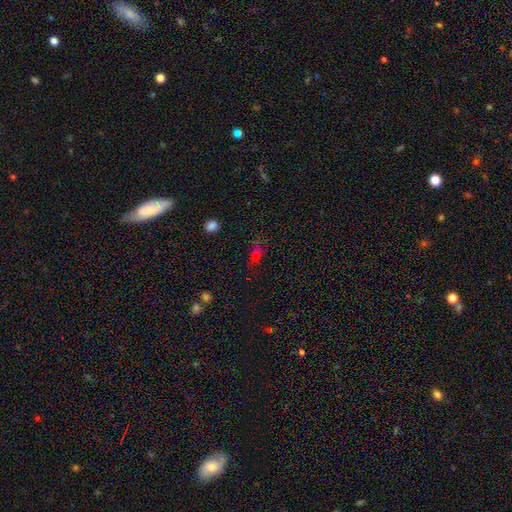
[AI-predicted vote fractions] This is possibly a smooth galaxy (53%). How rounded: possibly in between (60%). Merging: likely none (65%).